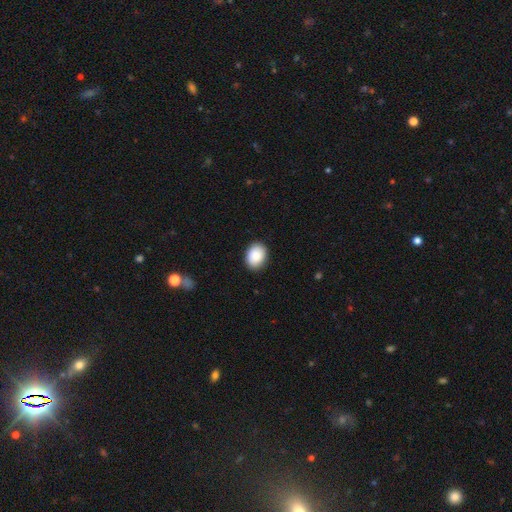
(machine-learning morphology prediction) Q: Smooth or featured?
A: smooth (88%); runner-up: star or artifact (7%)
Q: How rounded?
A: in between (62%); runner-up: round (37%)
Q: Merging?
A: none (89%); runner-up: minor disturbance (8%)